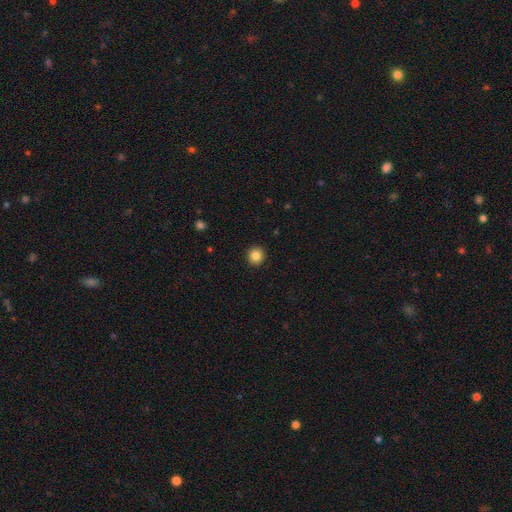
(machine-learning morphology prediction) Q: Smooth or featured?
A: smooth (85%); runner-up: star or artifact (10%)
Q: How rounded?
A: round (94%); runner-up: in between (5%)
Q: Merging?
A: none (93%); runner-up: minor disturbance (4%)